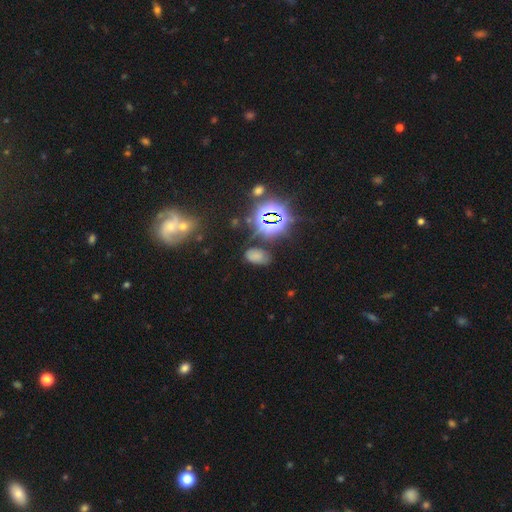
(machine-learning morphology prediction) A smooth galaxy with no disk features (55%) that is in between round and cigar-shaped (89%).

Vote fractions:
- Smooth or featured? smooth: 55% / star or artifact: 35% / featured or disk: 10%
- How rounded? in between: 89% / round: 9% / cigar-shaped: 2%
- Merging? none: 72% / minor disturbance: 17% / major disturbance: 7% / merger: 4%